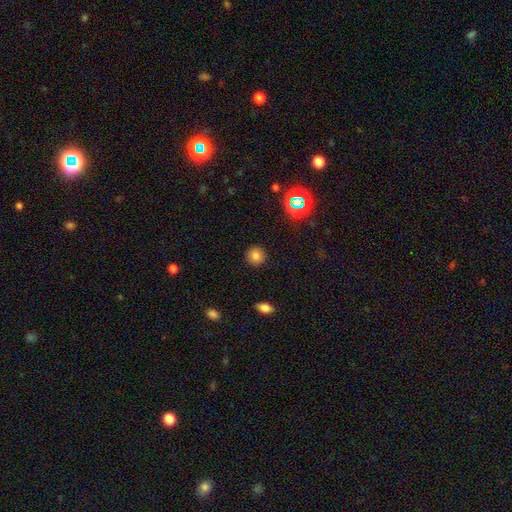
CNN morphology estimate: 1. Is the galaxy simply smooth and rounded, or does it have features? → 78% smooth, 14% star or artifact, 8% featured or disk.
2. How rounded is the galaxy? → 93% round, 6% in between, 1% cigar-shaped.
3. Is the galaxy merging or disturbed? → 91% none, 6% minor disturbance, 2% major disturbance, 1% merger.